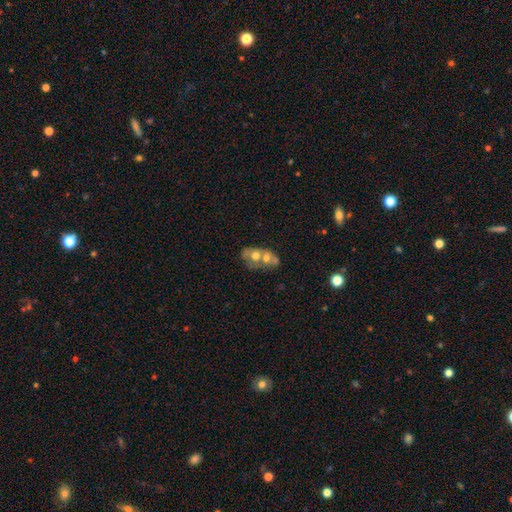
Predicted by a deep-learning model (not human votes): The model was most divided on "smooth or featured": smooth: 51%, featured or disk: 40%, star or artifact: 10%. More confident: merging — merger (67%); how rounded — in between (63%).